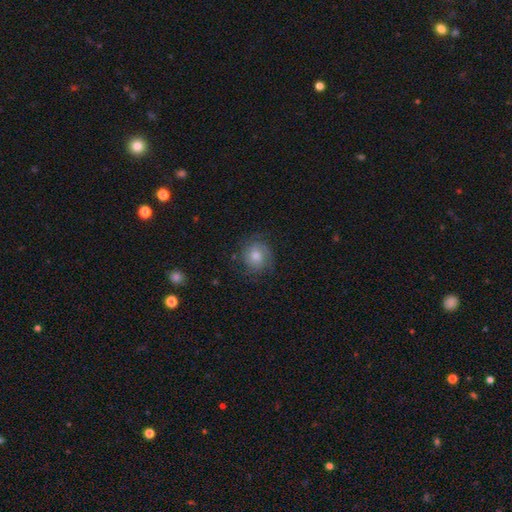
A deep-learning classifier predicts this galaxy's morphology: This appears to be a smooth galaxy with no disk features (49%). Merging: none (76%).